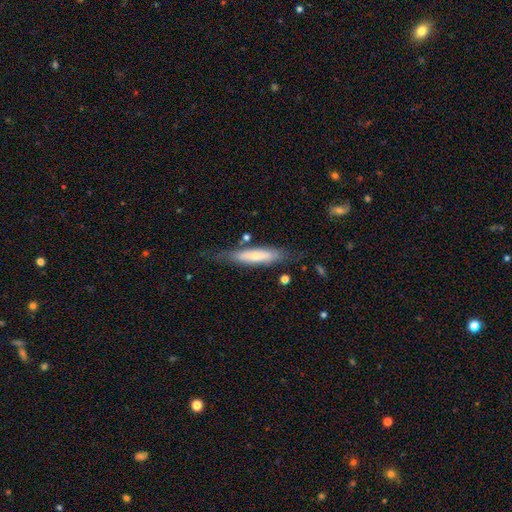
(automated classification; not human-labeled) Smooth or featured? Predicted: smooth (p=0.54). How rounded? Predicted: cigar-shaped (p=0.78). Merging? Predicted: none (p=0.70).